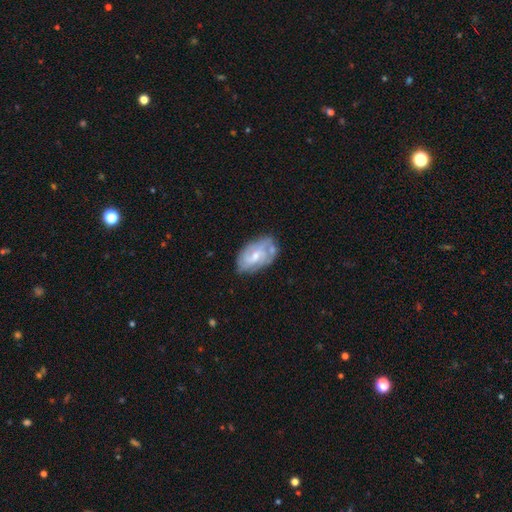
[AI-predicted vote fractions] featured or disk 73%, smooth 21%, star or artifact 6%. Down the decision tree: edge-on disk — no (96%); bar — weak (47%); spiral arms — yes (87%); spiral arm count — can't tell (33%); spiral winding — tight (49%); bulge size — small (46%); merging — none (64%).